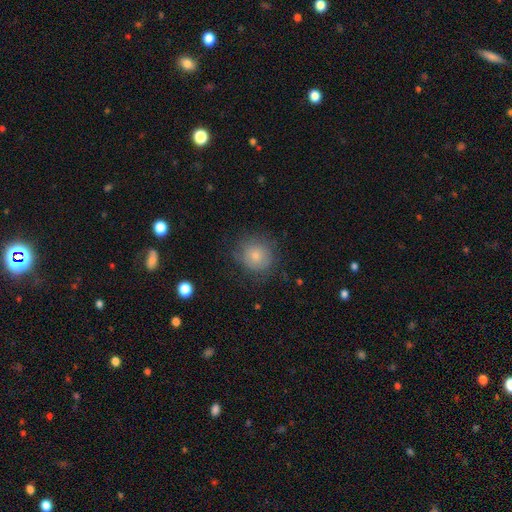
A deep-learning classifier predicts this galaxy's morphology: Smooth or featured: smooth — 73% (featured or disk — 17%)
How rounded: round — 89% (in between — 10%)
Merging: none — 71% (minor disturbance — 19%)